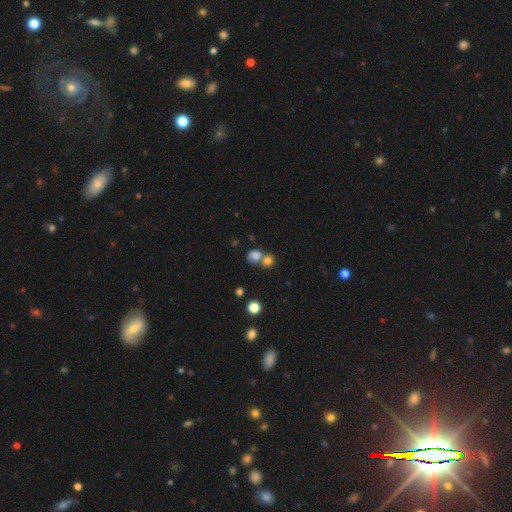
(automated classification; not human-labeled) Q: Smooth or featured?
A: smooth (76%); runner-up: star or artifact (13%)
Q: How rounded?
A: round (72%); runner-up: in between (26%)
Q: Merging?
A: merger (49%); runner-up: none (36%)